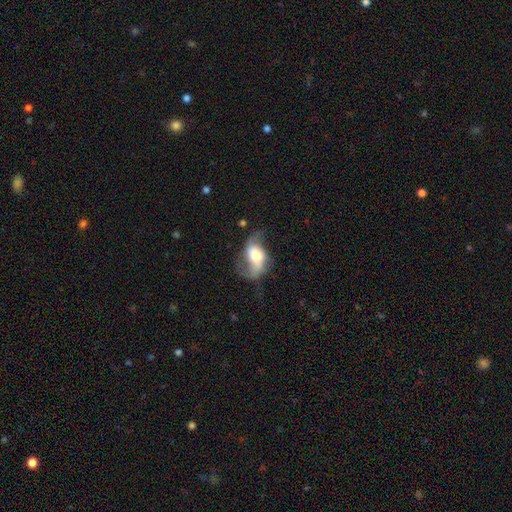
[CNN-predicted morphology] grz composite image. It shows a featured or disk galaxy (55%) with no bar (58%), spiral arms (75%) and a large central bulge (39%). Merging: none (37%).